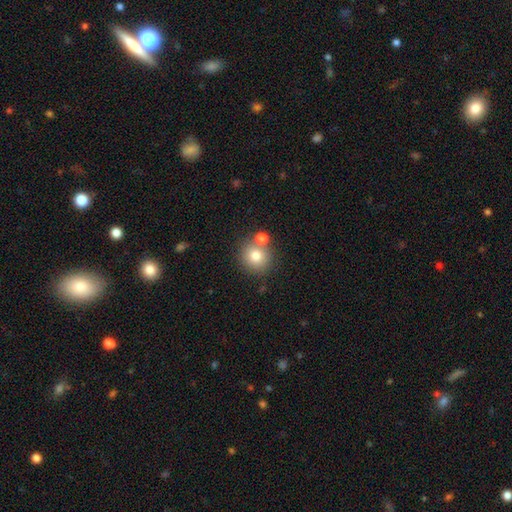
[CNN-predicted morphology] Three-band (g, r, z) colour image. It shows a smooth galaxy with no disk features (78%) that is round (89%). Merging: none (67%).